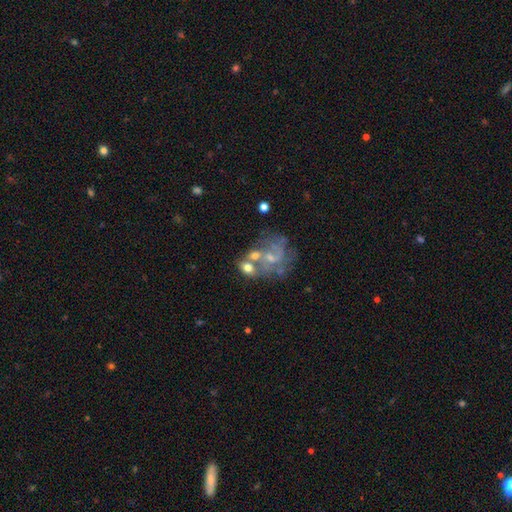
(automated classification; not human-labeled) This appears to be a featured or disk galaxy (58%) with no bar (65%), spiral arms (56%) and a small central bulge (47%). Merging: merger (41%).